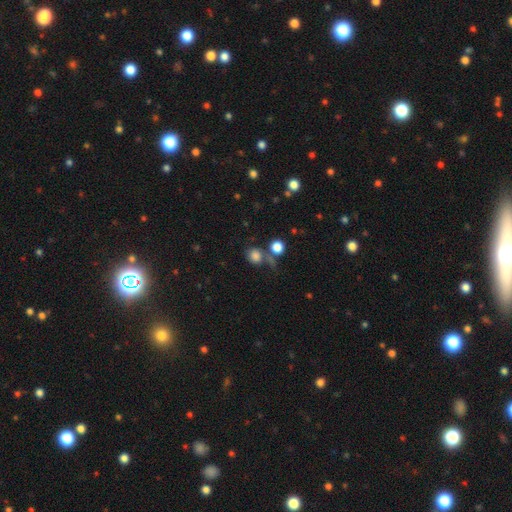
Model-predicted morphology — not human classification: A smooth galaxy with no disk features (79%) that is round (72%).

Vote fractions:
- Smooth or featured? smooth: 79% / star or artifact: 12% / featured or disk: 9%
- How rounded? round: 72% / in between: 26% / cigar-shaped: 1%
- Merging? none: 47% / merger: 26% / minor disturbance: 15% / major disturbance: 12%